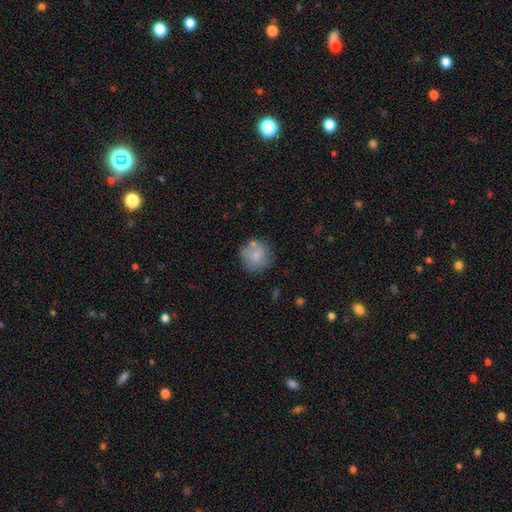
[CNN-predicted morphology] The model was most divided on "merging": none: 67%, minor disturbance: 17%, merger: 10%, major disturbance: 6%. More confident: how rounded — round (90%); smooth or featured — smooth (76%).